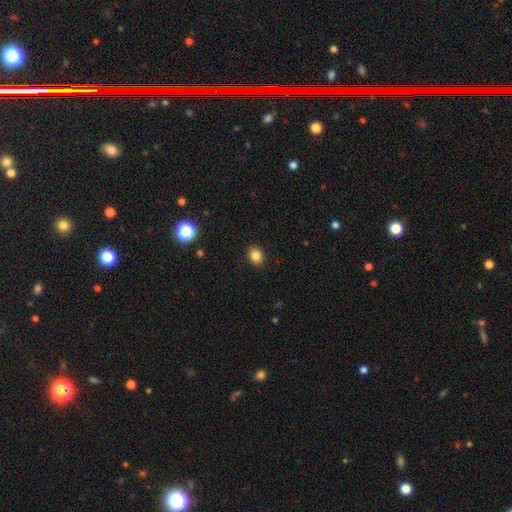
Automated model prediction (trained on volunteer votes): Morphology: type=smooth (84%); roundness=in between (51%); merging=none (89%).